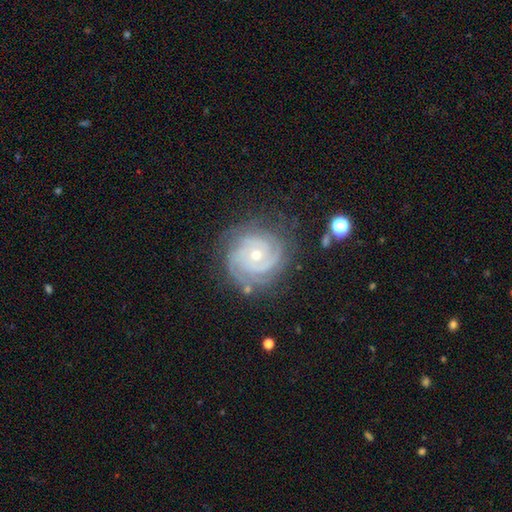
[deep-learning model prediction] smooth-or-featured: featured or disk: 88% | smooth: 6% | star or artifact: 6%
  disk-edge-on: no: 98% | yes: 2%
    bar: no: 77% | weak: 18% | strong: 5%
    has-spiral-arms: yes: 98% | no: 2%
      spiral-winding: tight: 78% | medium: 19% | loose: 3%
      spiral-arm-count: 3: 36% | 2: 21% | can't tell: 18% | 4: 14% | more than 4: 6% | 1: 5%
    bulge-size: small: 57% | moderate: 40% | large: 1% | none: 1% | dominant: 1%
  merging: none: 76% | minor disturbance: 16% | major disturbance: 6% | merger: 2%